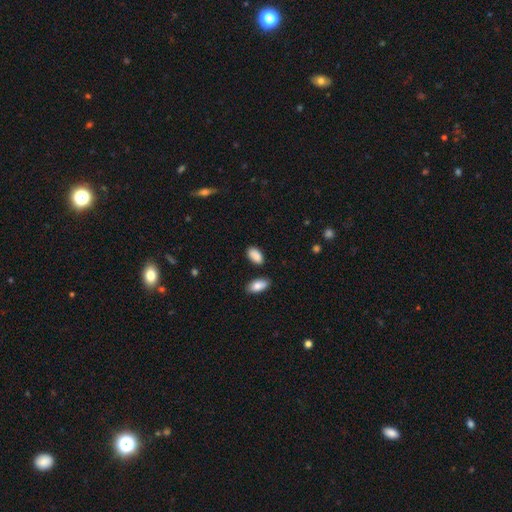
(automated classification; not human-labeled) Overall: smooth (88%). How rounded: in between (94%). Merging: none (77%).